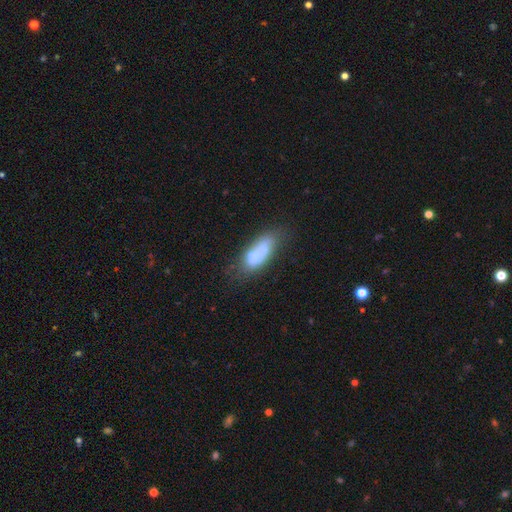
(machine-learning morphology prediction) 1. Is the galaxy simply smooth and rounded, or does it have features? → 53% smooth, 38% featured or disk, 9% star or artifact.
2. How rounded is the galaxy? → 80% in between, 15% cigar-shaped, 5% round.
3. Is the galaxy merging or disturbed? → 36% merger, 35% none, 18% minor disturbance, 11% major disturbance.